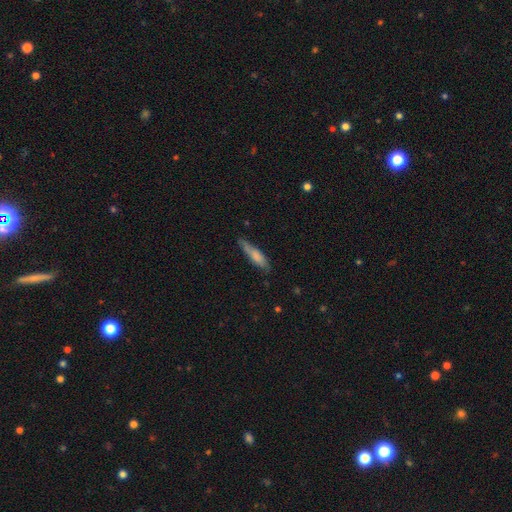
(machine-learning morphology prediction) Smooth or featured? Predicted: smooth (p=0.72). How rounded? Predicted: cigar-shaped (p=0.74). Merging? Predicted: none (p=0.68).